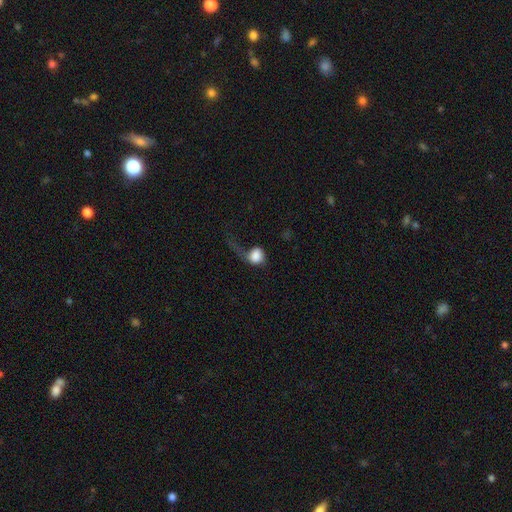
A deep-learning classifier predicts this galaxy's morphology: A smooth galaxy with no disk features (74%) that is round (70%). Merging: major disturbance (58%).